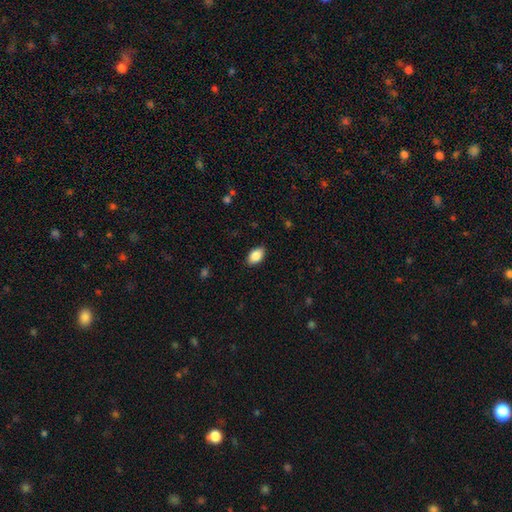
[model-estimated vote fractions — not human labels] This is clearly a smooth galaxy (86%). How rounded: clearly in between (91%). Merging: clearly none (88%).